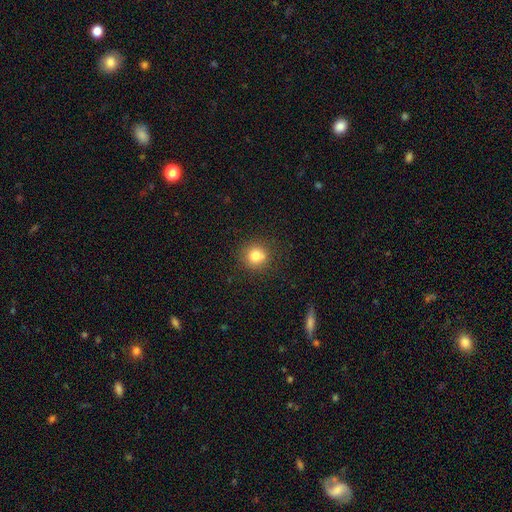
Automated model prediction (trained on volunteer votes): This is likely a smooth galaxy (80%). How rounded: clearly round (88%). Merging: clearly none (83%).